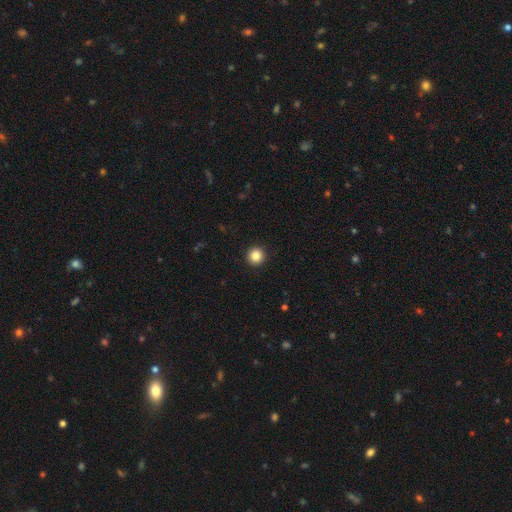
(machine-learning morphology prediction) The model was most divided on "smooth or featured": smooth: 86%, star or artifact: 10%, featured or disk: 4%. More confident: how rounded — round (96%); merging — none (93%).